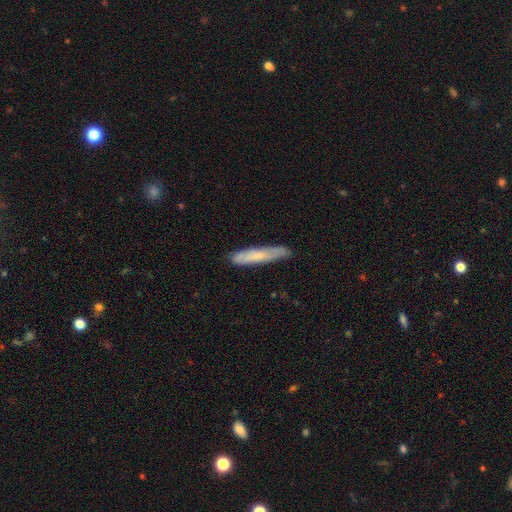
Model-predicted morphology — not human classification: Smooth or featured? Predicted: smooth (p=0.67). How rounded? Predicted: cigar-shaped (p=0.92). Merging? Predicted: none (p=0.82).